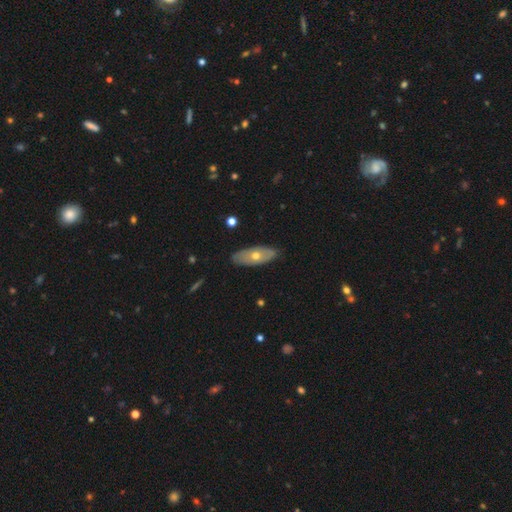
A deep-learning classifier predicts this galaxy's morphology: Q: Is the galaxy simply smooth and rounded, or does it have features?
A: featured or disk — 47%, tied with smooth.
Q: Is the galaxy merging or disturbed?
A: none — 85%.